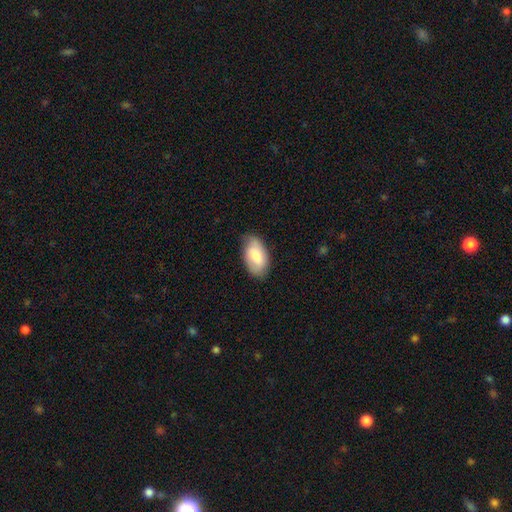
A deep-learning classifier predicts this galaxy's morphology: type=smooth (75%); roundness=in between (94%); merging=none (76%).